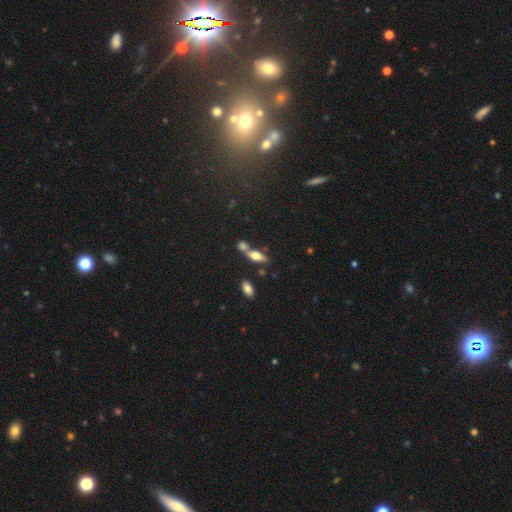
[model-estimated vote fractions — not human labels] smooth 58%, featured or disk 32%, star or artifact 10%. Down the decision tree: how rounded — in between (63%); merging — none (56%).